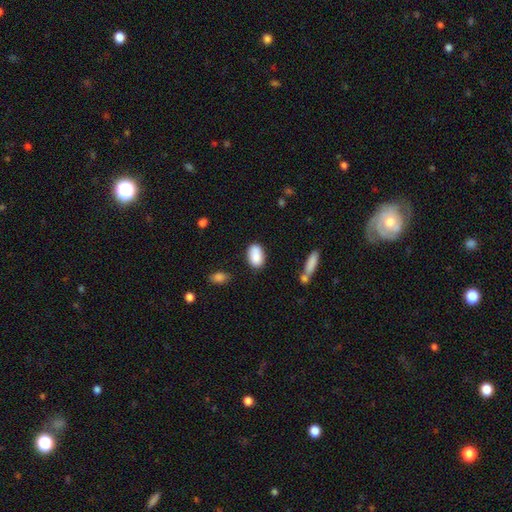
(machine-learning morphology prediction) Overall: smooth (88%). How rounded: in between (91%). Merging: none (75%).